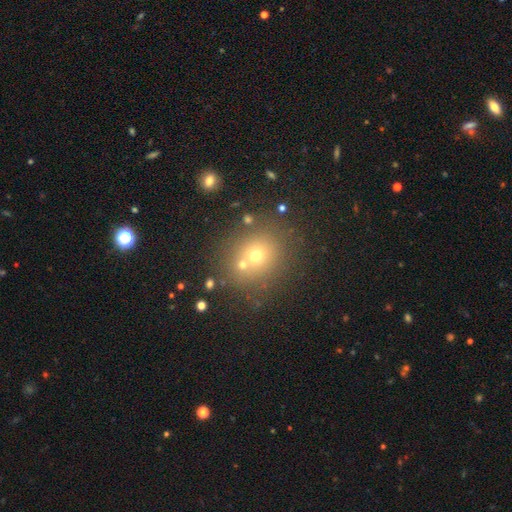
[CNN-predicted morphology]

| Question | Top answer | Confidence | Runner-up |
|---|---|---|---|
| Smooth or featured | smooth | 64% | star or artifact (23%) |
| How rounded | round | 80% | in between (19%) |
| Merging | none | 68% | merger (19%) |